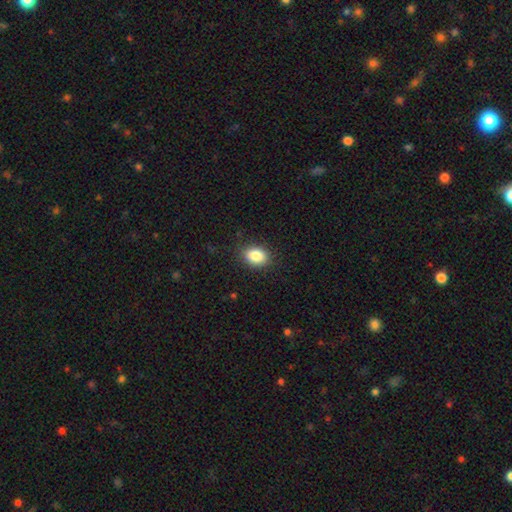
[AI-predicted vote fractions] A smooth galaxy with no disk features (86%) that is in between round and cigar-shaped (66%). Merging: none (85%).